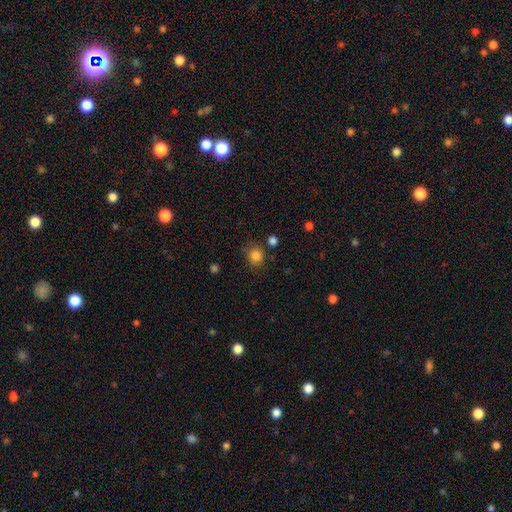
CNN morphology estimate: Smooth or featured?
  - smooth: 84% *
  - star or artifact: 12%
  - featured or disk: 4%
How rounded?
  - round: 83% *
  - in between: 16%
  - cigar-shaped: 1%
Merging?
  - none: 77% *
  - minor disturbance: 13%
  - merger: 6%
  - major disturbance: 4%